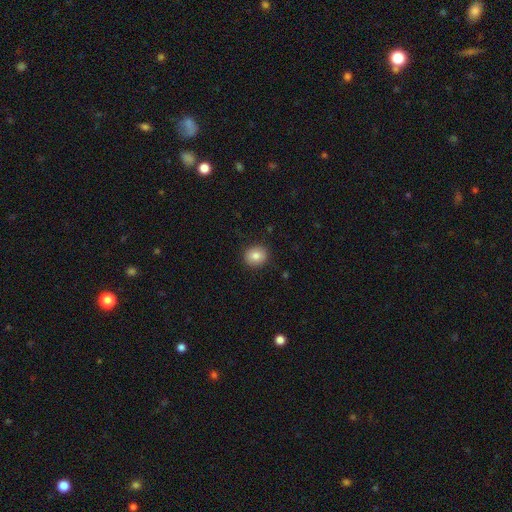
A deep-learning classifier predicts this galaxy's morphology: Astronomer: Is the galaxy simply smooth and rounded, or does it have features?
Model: smooth — 82%.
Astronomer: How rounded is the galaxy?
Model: round — 79%.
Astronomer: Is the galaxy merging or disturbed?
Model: none — 90%.